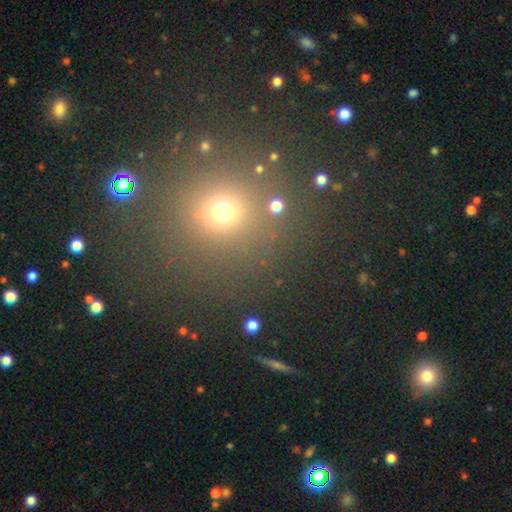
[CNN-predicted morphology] Smooth or featured: smooth — 55% (star or artifact — 38%)
How rounded: round — 91% (in between — 8%)
Merging: none — 87% (minor disturbance — 7%)